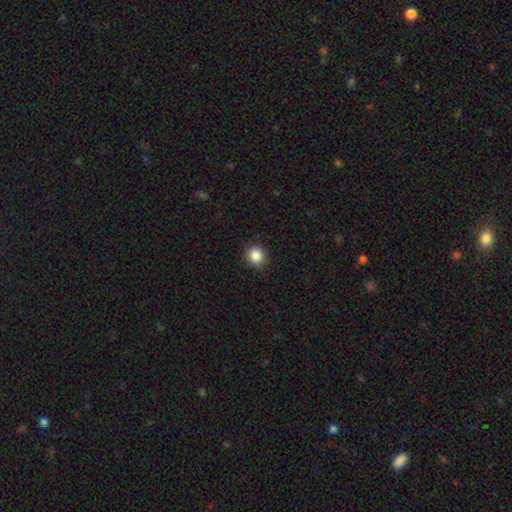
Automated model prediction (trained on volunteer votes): smooth-or-featured: smooth: 87% | star or artifact: 10% | featured or disk: 3%
  how-rounded: round: 85% | in between: 14% | cigar-shaped: 1%
  merging: none: 89% | minor disturbance: 8% | major disturbance: 2% | merger: 1%